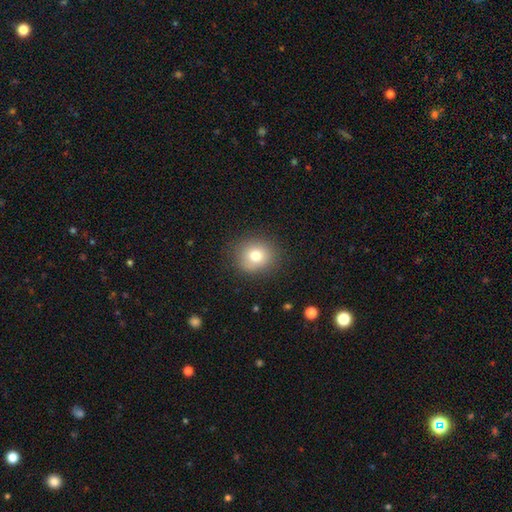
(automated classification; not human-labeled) This appears to be a smooth galaxy with no disk features (76%) that is round (82%). Merging: none (86%).